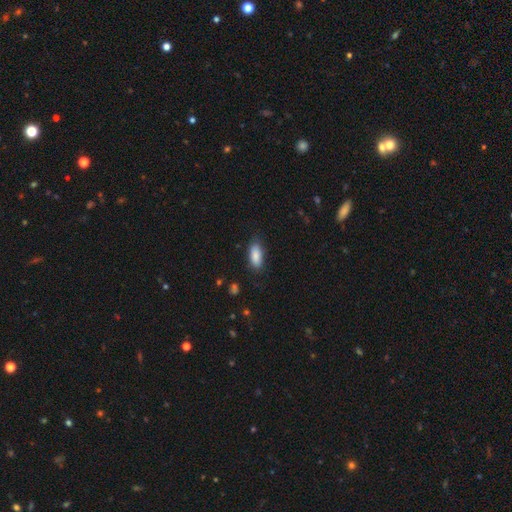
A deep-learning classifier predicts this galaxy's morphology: Smooth or featured? smooth (87%)
How rounded? in between (87%)
Merging? none (79%)